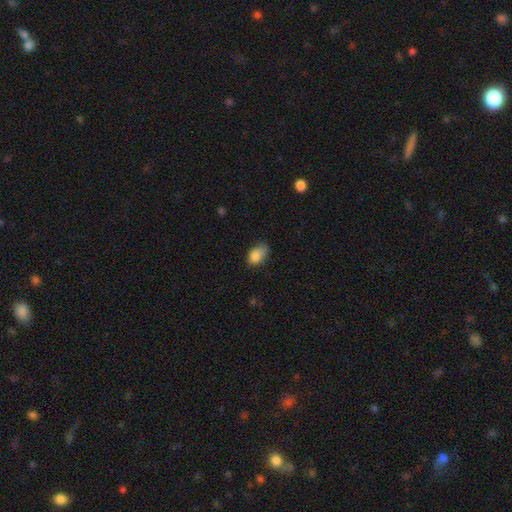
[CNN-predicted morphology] Smooth or featured: smooth — 83% (star or artifact — 9%)
How rounded: in between — 83% (round — 15%)
Merging: none — 46% (minor disturbance — 39%)